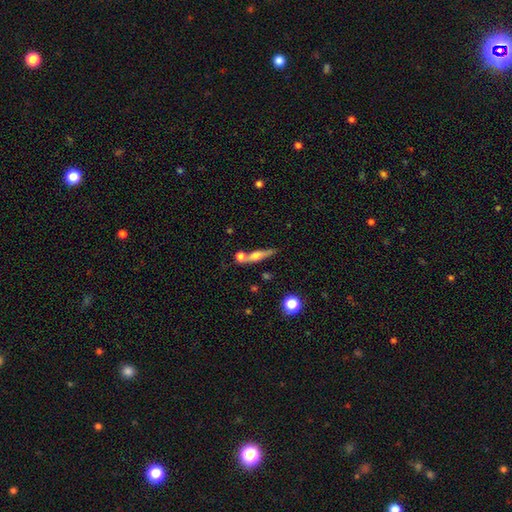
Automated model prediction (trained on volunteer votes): Smooth or featured: smooth — 49% (featured or disk — 41%)
Merging: none — 52% (merger — 27%)